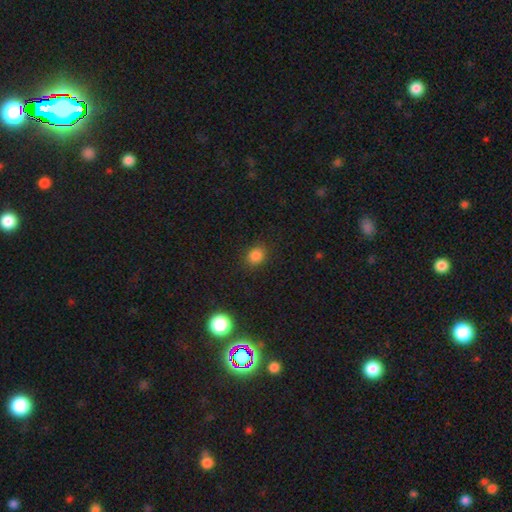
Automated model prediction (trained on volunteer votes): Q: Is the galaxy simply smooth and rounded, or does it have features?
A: smooth — 82%.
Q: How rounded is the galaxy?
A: round — 68%.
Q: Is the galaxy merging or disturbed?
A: none — 87%.